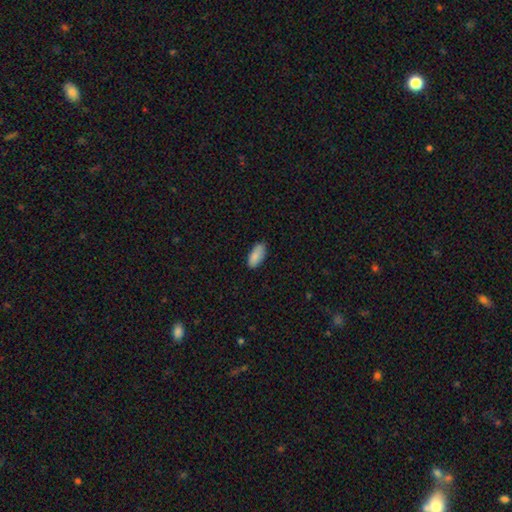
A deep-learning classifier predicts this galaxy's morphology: Smooth or featured?
  - smooth: 88% *
  - star or artifact: 6%
  - featured or disk: 6%
How rounded?
  - in between: 89% *
  - cigar-shaped: 10%
  - round: 2%
Merging?
  - none: 84% *
  - minor disturbance: 13%
  - major disturbance: 2%
  - merger: 1%